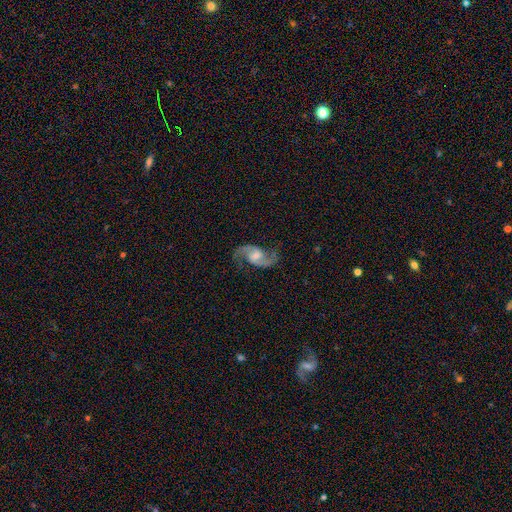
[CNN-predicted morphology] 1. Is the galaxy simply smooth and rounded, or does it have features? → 91% featured or disk, 5% star or artifact, 4% smooth.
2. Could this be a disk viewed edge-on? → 98% no, 2% yes.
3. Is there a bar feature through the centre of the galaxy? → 46% weak, 42% no, 12% strong.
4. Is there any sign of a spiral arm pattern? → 98% yes, 2% no.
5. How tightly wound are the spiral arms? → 52% loose, 41% medium, 7% tight.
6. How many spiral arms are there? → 94% 2, 1% can't tell, 1% 1, 1% 3, 1% 4, 1% more than 4.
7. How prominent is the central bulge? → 46% moderate, 39% small, 8% none, 6% large, 1% dominant.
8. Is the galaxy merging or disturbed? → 80% none, 13% minor disturbance, 6% major disturbance, 1% merger.